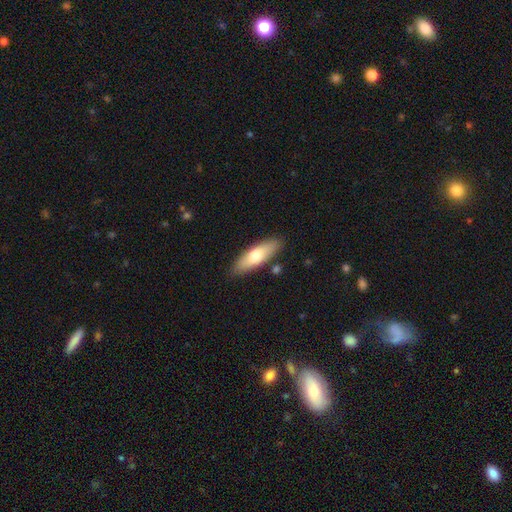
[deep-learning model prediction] Overall: smooth (68%). How rounded: in between (54%; cigar-shaped 44%). Merging: none (85%).